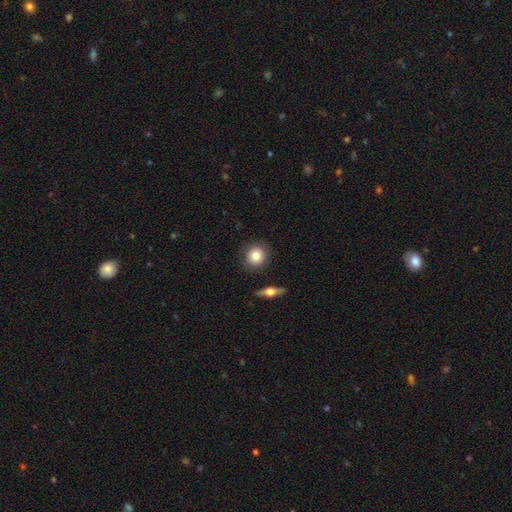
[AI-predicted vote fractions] Smooth or featured?
  - smooth: 82% *
  - featured or disk: 10%
  - star or artifact: 7%
How rounded?
  - round: 86% *
  - in between: 12%
  - cigar-shaped: 2%
Merging?
  - none: 86% *
  - minor disturbance: 9%
  - merger: 3%
  - major disturbance: 2%